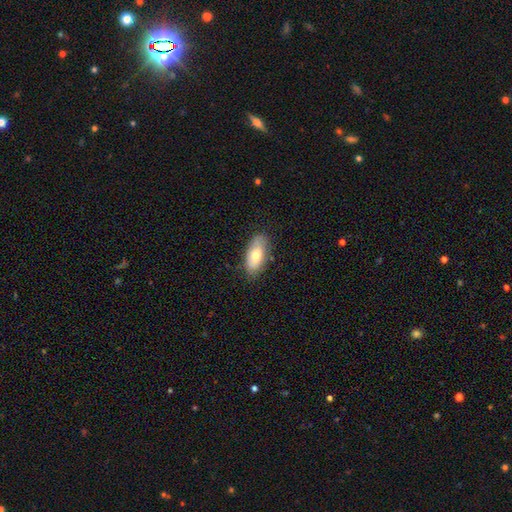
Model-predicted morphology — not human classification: Smooth or featured?
  - smooth: 69% *
  - featured or disk: 24%
  - star or artifact: 6%
How rounded?
  - in between: 90% *
  - cigar-shaped: 7%
  - round: 3%
Merging?
  - none: 78% *
  - minor disturbance: 17%
  - major disturbance: 4%
  - merger: 1%